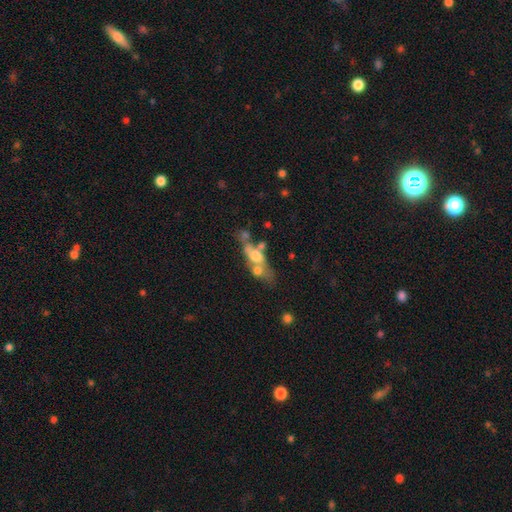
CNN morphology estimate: Smooth or featured?
  - smooth: 46% *
  - featured or disk: 43%
  - star or artifact: 11%
Merging?
  - merger: 49% *
  - none: 28%
  - minor disturbance: 12%
  - major disturbance: 11%